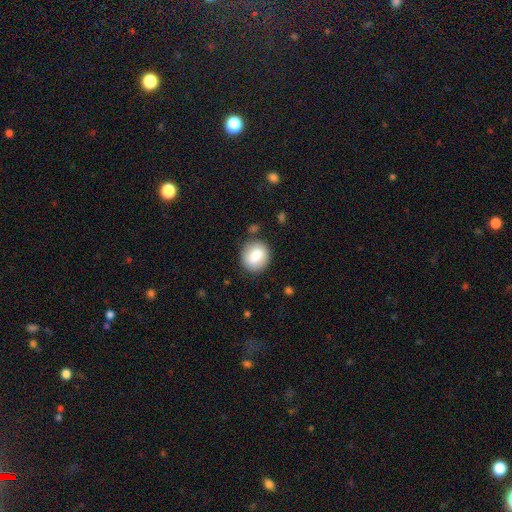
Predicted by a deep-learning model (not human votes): smooth-or-featured: smooth: 81% | featured or disk: 11% | star or artifact: 7%
  how-rounded: round: 81% | in between: 18% | cigar-shaped: 1%
  merging: none: 84% | minor disturbance: 10% | major disturbance: 3% | merger: 3%